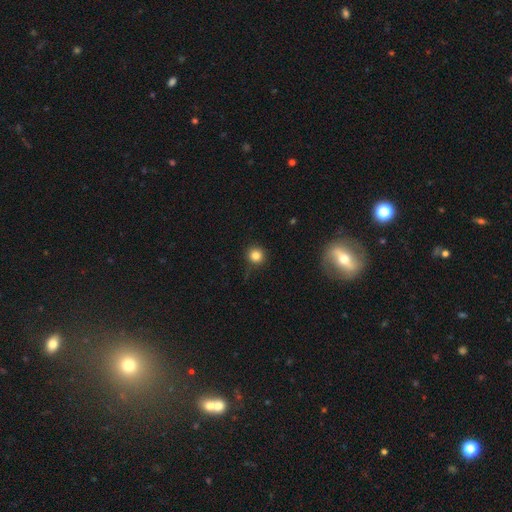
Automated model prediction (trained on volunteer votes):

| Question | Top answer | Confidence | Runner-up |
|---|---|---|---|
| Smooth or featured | smooth | 83% | star or artifact (12%) |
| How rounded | round | 94% | in between (5%) |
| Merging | none | 85% | minor disturbance (11%) |